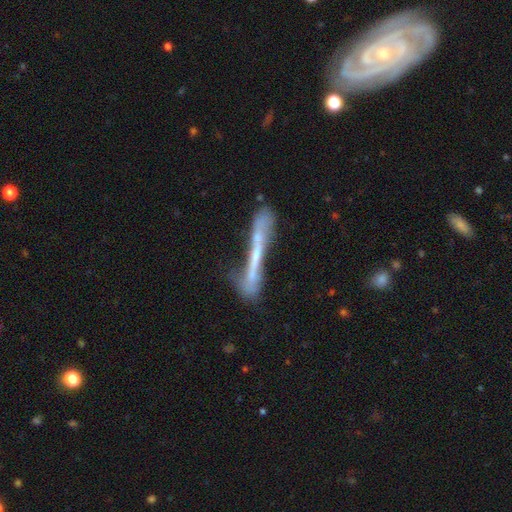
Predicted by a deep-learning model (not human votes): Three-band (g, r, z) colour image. It shows a featured or disk galaxy (53%) viewed edge-on (70%). Merging: none (38%).